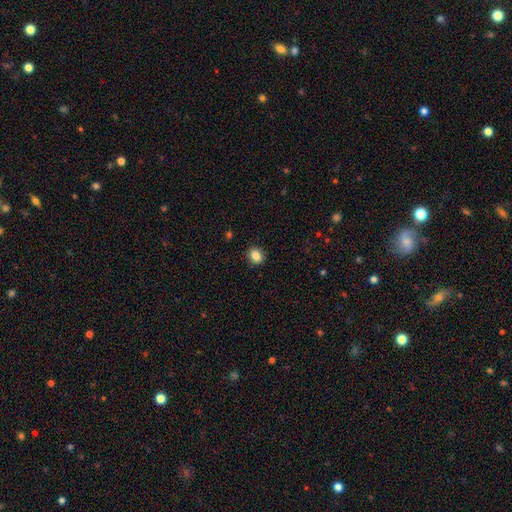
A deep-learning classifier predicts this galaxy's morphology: smooth 86%, star or artifact 10%, featured or disk 5%. Down the decision tree: how rounded — round (51%); merging — none (89%).